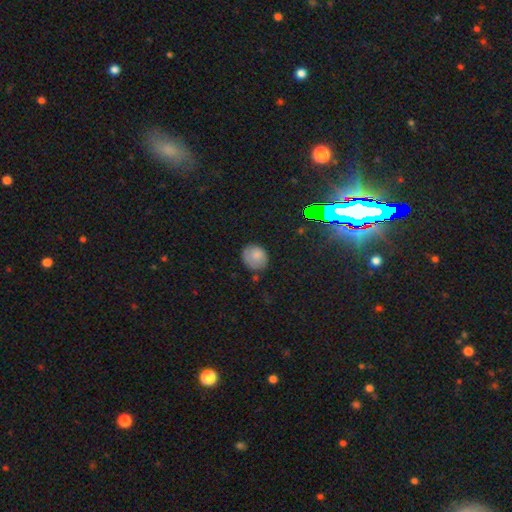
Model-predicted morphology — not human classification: Smooth or featured? smooth (79%)
How rounded? round (70%)
Merging? none (69%)